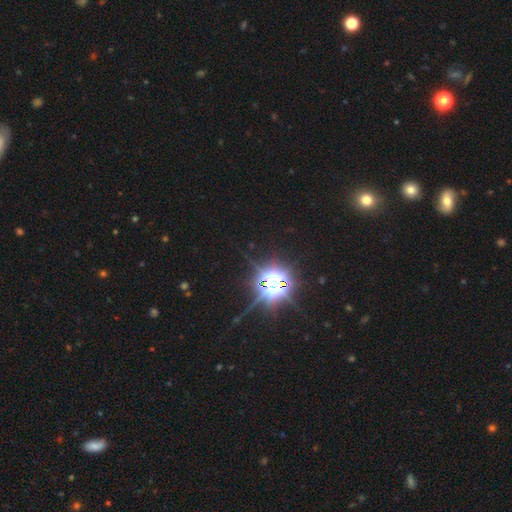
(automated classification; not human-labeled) Overall: star or artifact (83%).